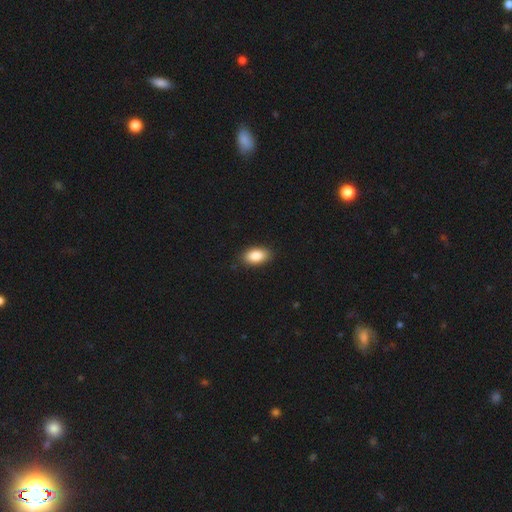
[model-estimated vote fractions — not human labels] Q: Smooth or featured?
A: smooth (88%); runner-up: star or artifact (7%)
Q: How rounded?
A: in between (93%); runner-up: round (5%)
Q: Merging?
A: none (87%); runner-up: minor disturbance (10%)